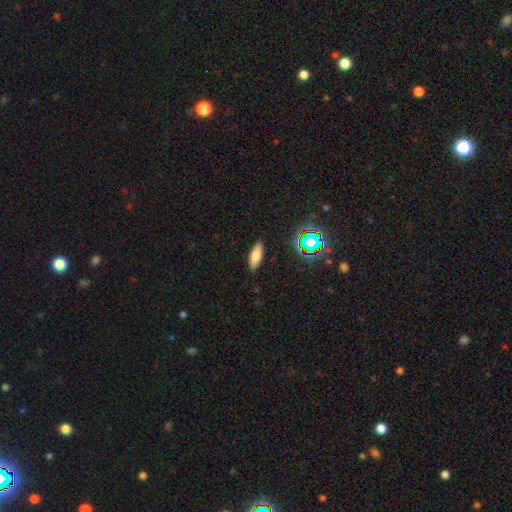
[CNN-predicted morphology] Smooth or featured: smooth — 72% (featured or disk — 15%)
How rounded: in between — 68% (cigar-shaped — 29%)
Merging: none — 88% (minor disturbance — 9%)